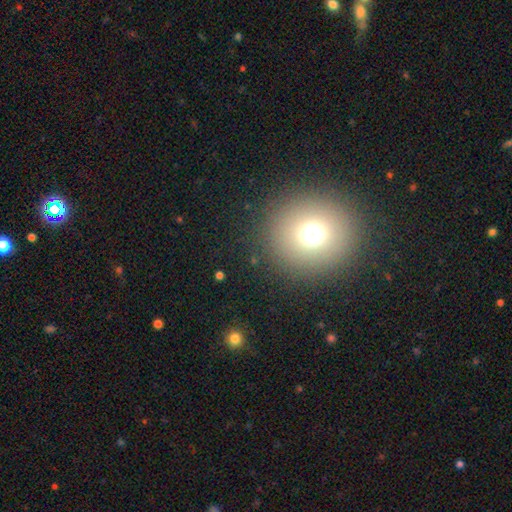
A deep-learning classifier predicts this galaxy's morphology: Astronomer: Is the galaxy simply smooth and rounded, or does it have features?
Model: smooth — 69%.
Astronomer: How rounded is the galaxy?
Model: round — 89%.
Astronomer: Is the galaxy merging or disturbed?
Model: none — 92%.